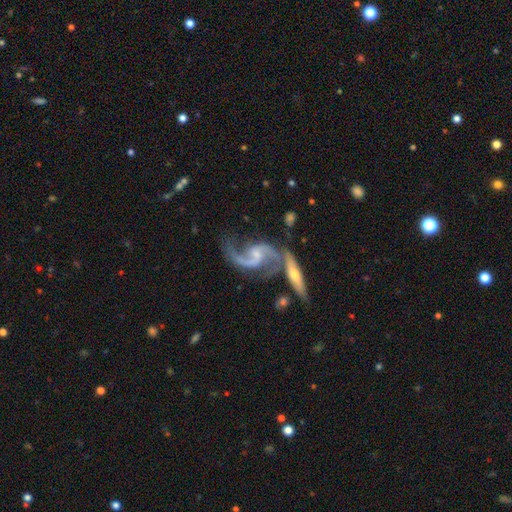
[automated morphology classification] Q: Smooth or featured?
A: featured or disk (90%); runner-up: smooth (6%)
Q: Edge-on disk?
A: no (95%); runner-up: yes (5%)
Q: Bar?
A: no (45%); runner-up: weak (44%)
Q: Spiral arms?
A: yes (96%); runner-up: no (4%)
Q: Spiral winding?
A: loose (73%); runner-up: medium (23%)
Q: Spiral arm count?
A: 2 (89%); runner-up: 1 (5%)
Q: Bulge size?
A: small (51%); runner-up: moderate (25%)
Q: Merging?
A: merger (37%); tied with: none (37%)